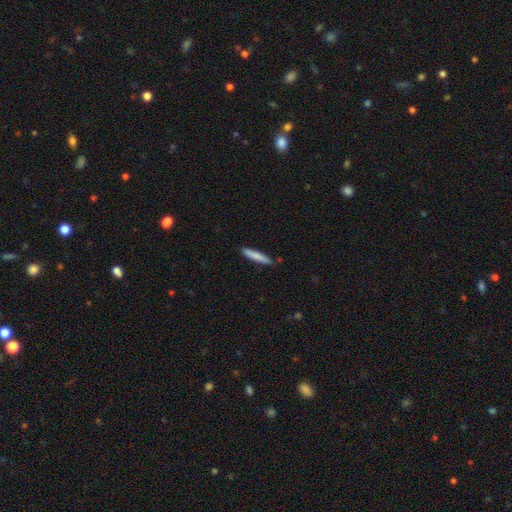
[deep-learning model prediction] Smooth or featured?
  - smooth: 80% *
  - featured or disk: 14%
  - star or artifact: 6%
How rounded?
  - cigar-shaped: 91% *
  - in between: 8%
  - round: 1%
Merging?
  - none: 87% *
  - minor disturbance: 10%
  - merger: 2%
  - major disturbance: 2%